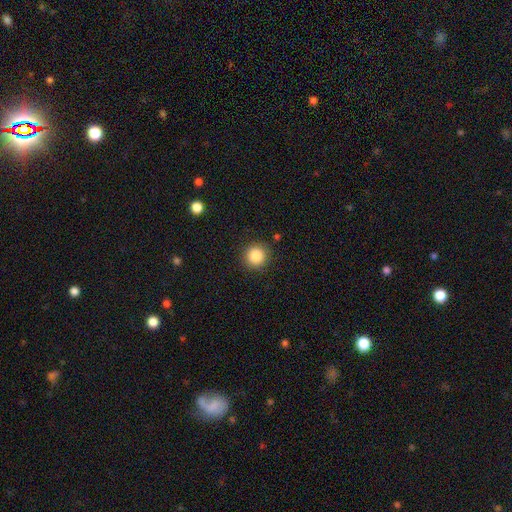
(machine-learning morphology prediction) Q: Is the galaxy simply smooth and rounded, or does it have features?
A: smooth — 85%.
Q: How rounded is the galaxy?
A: round — 94%.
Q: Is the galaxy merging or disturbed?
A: none — 90%.